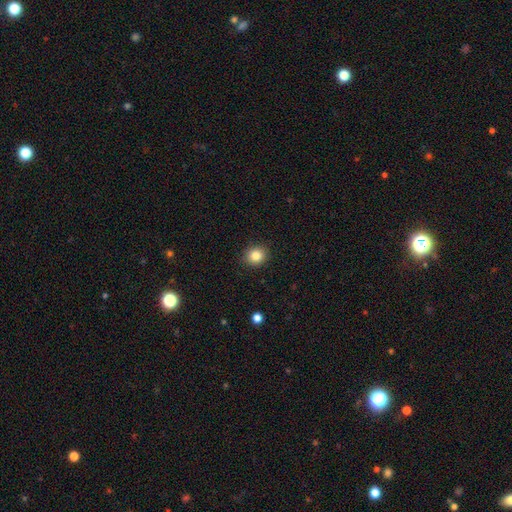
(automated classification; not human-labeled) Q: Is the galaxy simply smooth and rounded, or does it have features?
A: smooth — 84%.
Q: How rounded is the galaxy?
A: round — 76%.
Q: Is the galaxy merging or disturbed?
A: none — 90%.